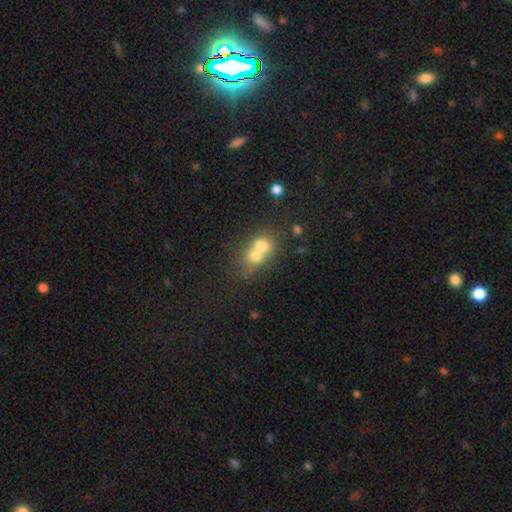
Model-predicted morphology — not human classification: smooth_or_featured: smooth (p=0.68) [alt: featured or disk p=0.21]
how_rounded: round (p=0.67) [alt: in between p=0.31]
merging: merger (p=0.72) [alt: none p=0.20]